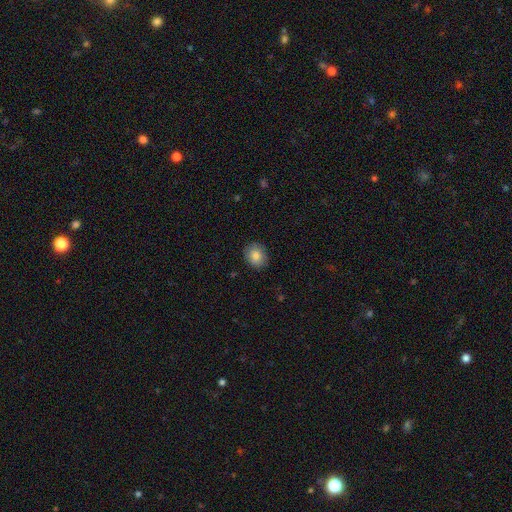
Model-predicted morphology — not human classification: Q: Smooth or featured?
A: smooth (84%); runner-up: star or artifact (8%)
Q: How rounded?
A: round (56%); runner-up: in between (43%)
Q: Merging?
A: none (88%); runner-up: minor disturbance (9%)